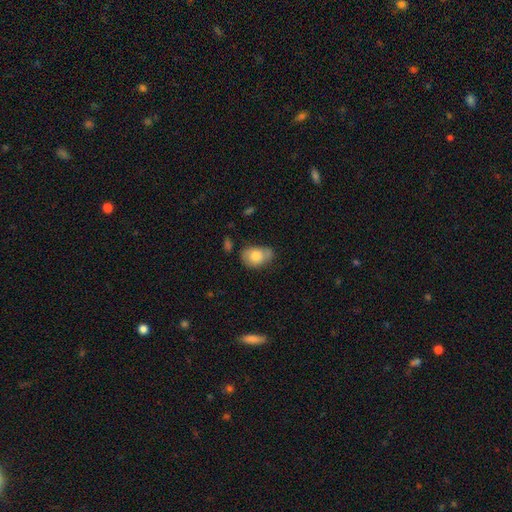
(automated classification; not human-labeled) Morphology: type=smooth (78%); roundness=in between (78%); merging=none (51%).